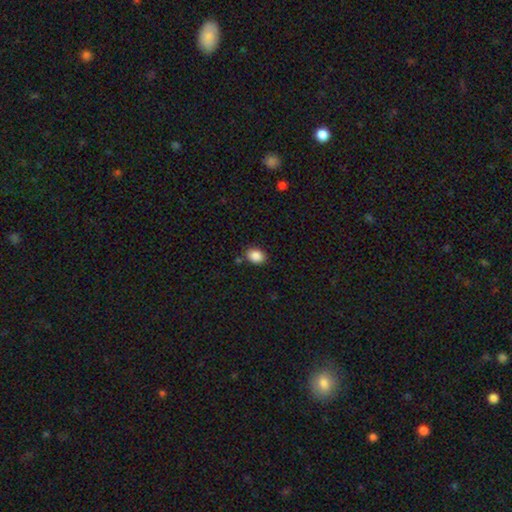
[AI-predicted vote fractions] The model was most divided on "how rounded": in between: 67%, round: 32%, cigar-shaped: 1%. More confident: smooth or featured — smooth (88%); merging — none (82%).